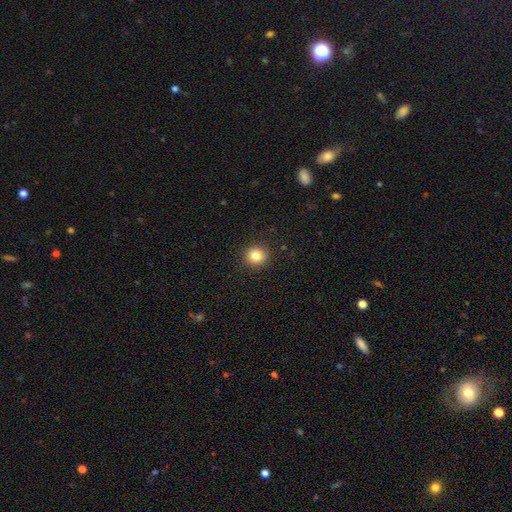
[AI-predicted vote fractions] smooth 83%, star or artifact 11%, featured or disk 6%. Down the decision tree: how rounded — round (89%); merging — none (91%).